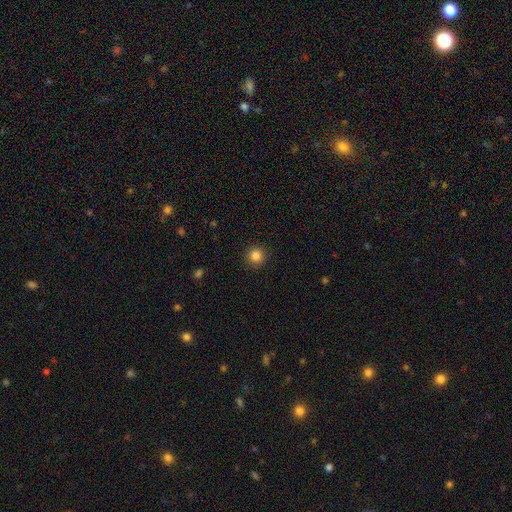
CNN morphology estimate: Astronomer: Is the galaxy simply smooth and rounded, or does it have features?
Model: smooth — 85%.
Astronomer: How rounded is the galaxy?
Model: round — 95%.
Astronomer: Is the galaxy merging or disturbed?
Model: none — 92%.